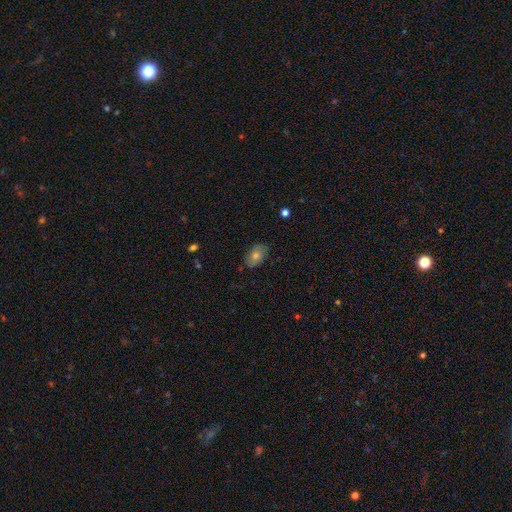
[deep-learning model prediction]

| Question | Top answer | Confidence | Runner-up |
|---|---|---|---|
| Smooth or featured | smooth | 63% | featured or disk (25%) |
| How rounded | in between | 85% | round (13%) |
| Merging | none | 80% | minor disturbance (15%) |